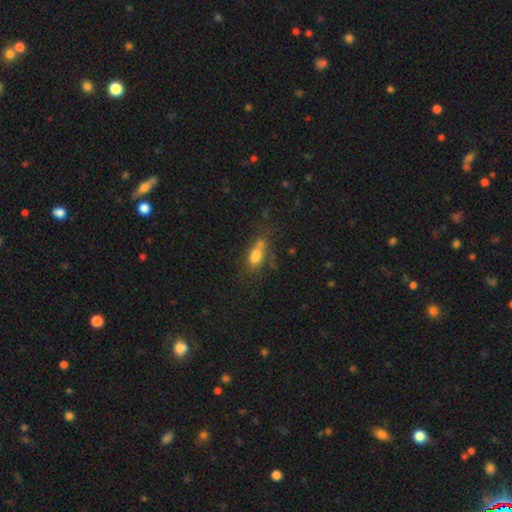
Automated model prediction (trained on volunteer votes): Q: Smooth or featured?
A: smooth (71%); runner-up: featured or disk (17%)
Q: How rounded?
A: in between (76%); runner-up: cigar-shaped (12%)
Q: Merging?
A: none (44%); runner-up: minor disturbance (24%)